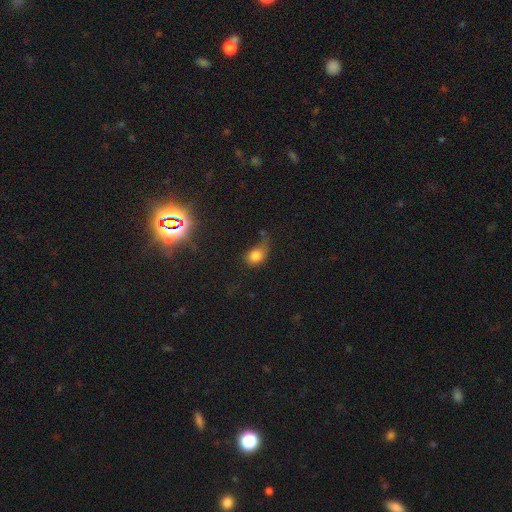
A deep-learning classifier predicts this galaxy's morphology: Smooth or featured: smooth — 77% (star or artifact — 13%)
How rounded: in between — 59% (round — 39%)
Merging: none — 35% (minor disturbance — 32%)